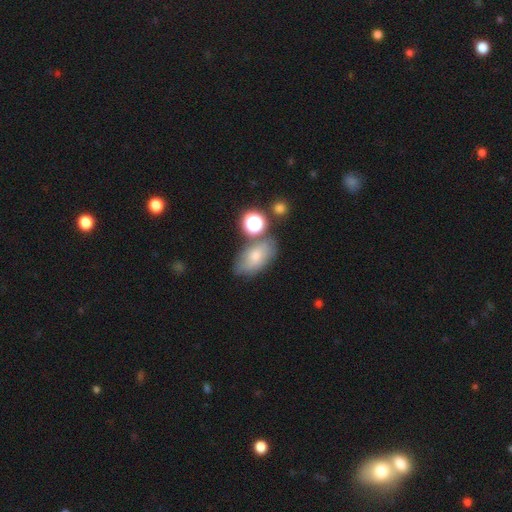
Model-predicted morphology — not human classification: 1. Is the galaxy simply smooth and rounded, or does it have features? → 61% smooth, 24% featured or disk, 15% star or artifact.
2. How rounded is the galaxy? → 86% in between, 10% round, 3% cigar-shaped.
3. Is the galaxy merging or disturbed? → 65% none, 18% minor disturbance, 11% merger, 6% major disturbance.